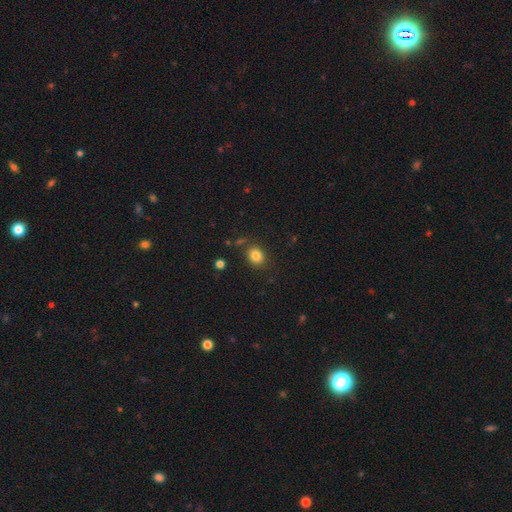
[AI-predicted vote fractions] A smooth galaxy with no disk features (83%) that is round (59%). Merging: none (82%).